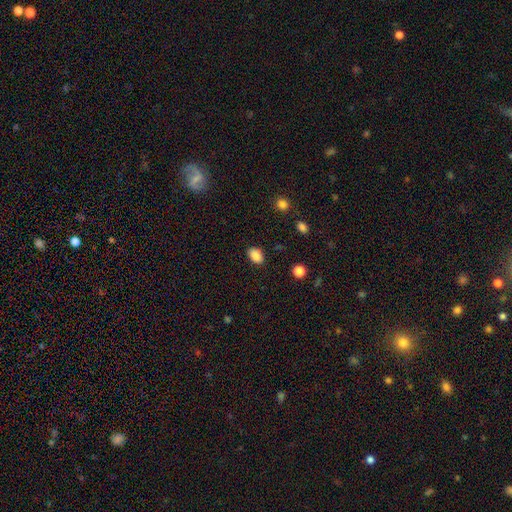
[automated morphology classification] smooth 86%, star or artifact 9%, featured or disk 5%. Down the decision tree: how rounded — in between (82%); merging — none (87%).